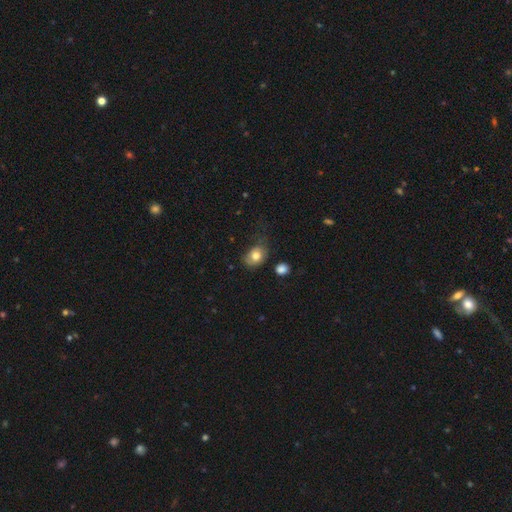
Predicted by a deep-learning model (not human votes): Smooth or featured?
  - smooth: 79% *
  - featured or disk: 13%
  - star or artifact: 9%
How rounded?
  - in between: 62% *
  - round: 37%
  - cigar-shaped: 1%
Merging?
  - none: 50% *
  - minor disturbance: 32%
  - major disturbance: 14%
  - merger: 4%